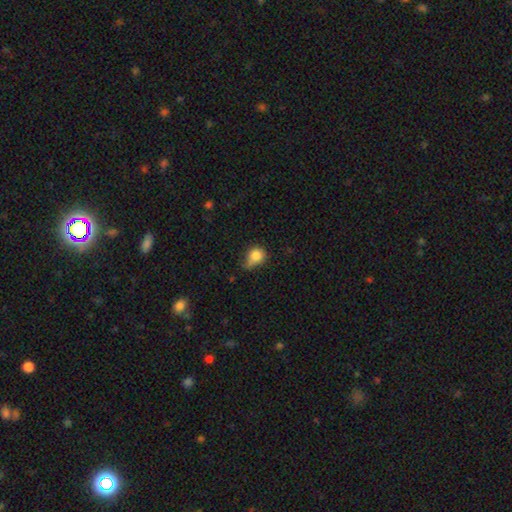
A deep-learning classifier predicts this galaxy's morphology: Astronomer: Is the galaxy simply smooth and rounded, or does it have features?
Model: smooth — 82%.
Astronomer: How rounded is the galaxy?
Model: round — 66%.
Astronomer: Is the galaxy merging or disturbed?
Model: minor disturbance — 40% (runner-up: none, 36%).